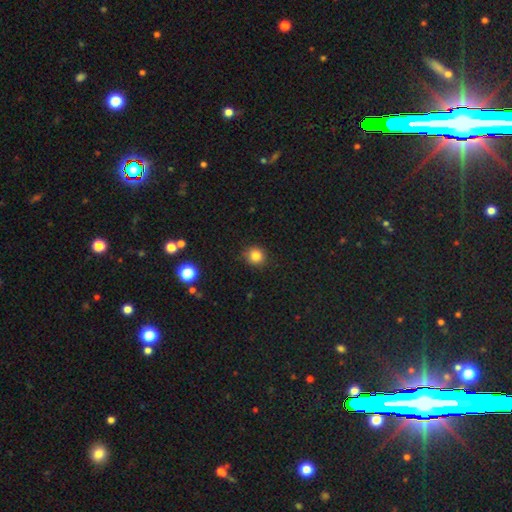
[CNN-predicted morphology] This appears to be a smooth galaxy with no disk features (83%) that is round (90%). Merging: none (87%).